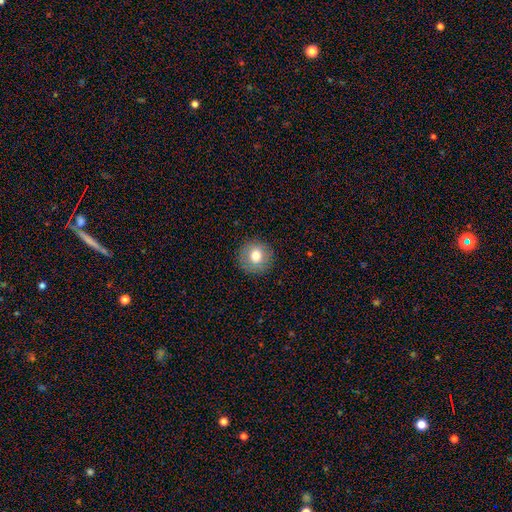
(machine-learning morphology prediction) This appears to be a smooth galaxy with no disk features (74%) that is round (94%). Merging: none (90%).